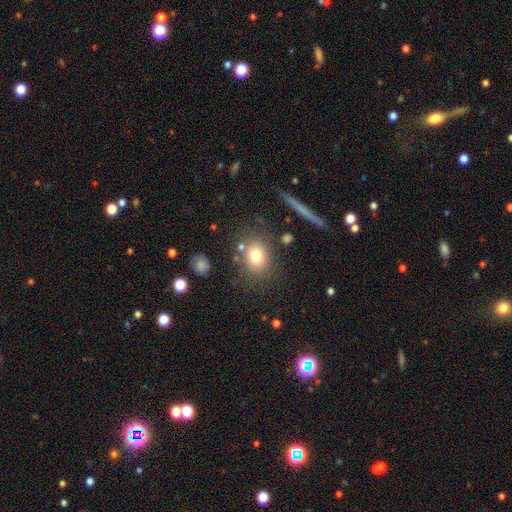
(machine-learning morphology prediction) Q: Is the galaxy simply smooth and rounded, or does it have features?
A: smooth — 77%.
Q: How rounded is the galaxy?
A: in between — 51%.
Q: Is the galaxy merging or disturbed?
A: none — 73%.